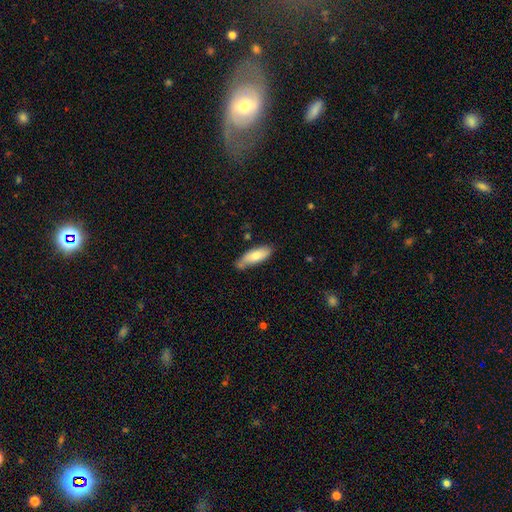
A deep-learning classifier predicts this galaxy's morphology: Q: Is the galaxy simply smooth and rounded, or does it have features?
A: smooth — 76%.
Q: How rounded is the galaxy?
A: in between — 66%.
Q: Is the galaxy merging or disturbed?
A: none — 65%.